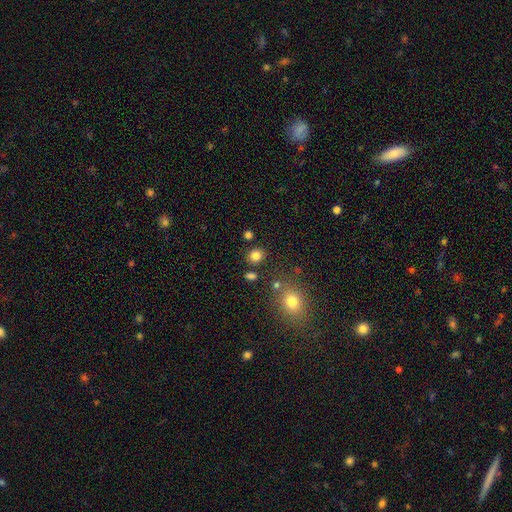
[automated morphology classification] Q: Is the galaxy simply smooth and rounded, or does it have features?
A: smooth — 82%.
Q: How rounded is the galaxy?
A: round — 73%.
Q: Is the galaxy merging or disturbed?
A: none — 82%.